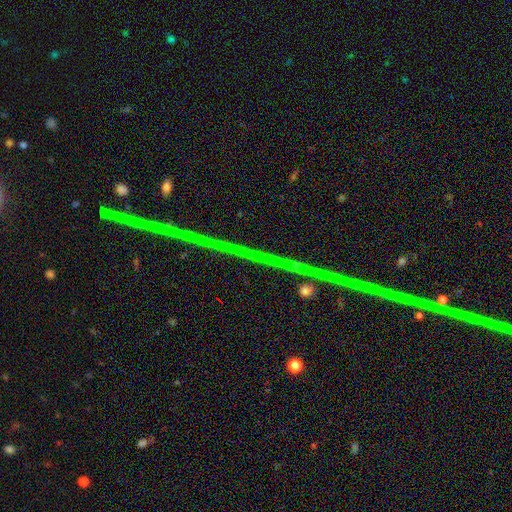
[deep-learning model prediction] This is likely a star or artifact rather than a galaxy (72%).